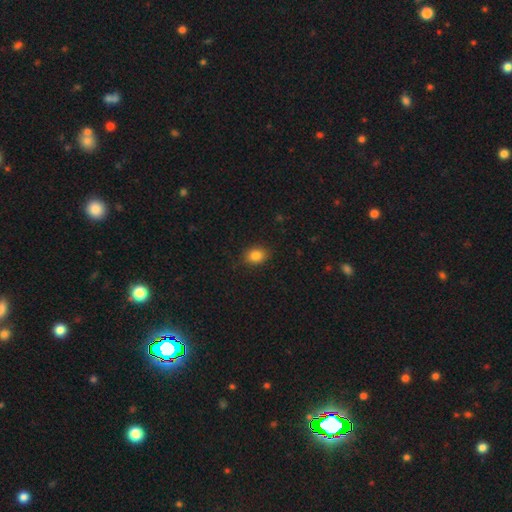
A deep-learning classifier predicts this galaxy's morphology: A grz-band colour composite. It shows a smooth galaxy with no disk features (85%) that is in between round and cigar-shaped (60%). Merging: none (87%).